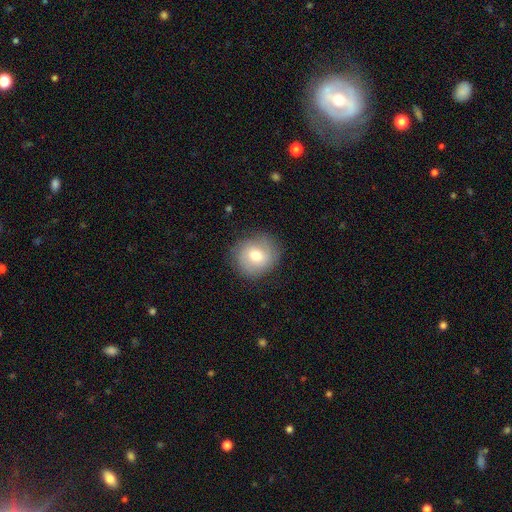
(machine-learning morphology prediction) smooth 67%, featured or disk 24%, star or artifact 9%. Down the decision tree: how rounded — round (87%); merging — none (82%).